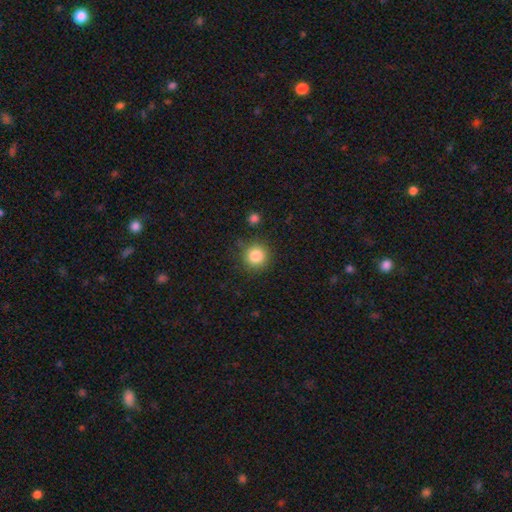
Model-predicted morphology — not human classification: The model was most divided on "smooth or featured": smooth: 84%, star or artifact: 11%, featured or disk: 5%. More confident: how rounded — round (94%); merging — none (84%).